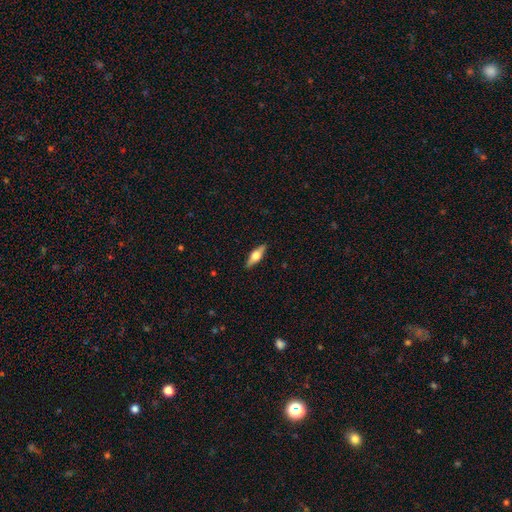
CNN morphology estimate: This appears to be a featured or disk galaxy (53%) viewed edge-on (93%). Merging: none (90%).